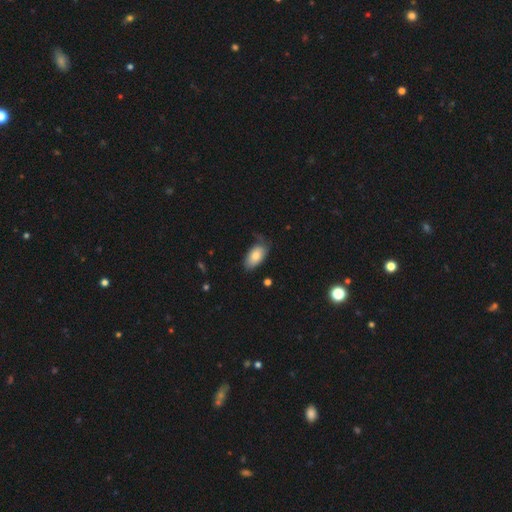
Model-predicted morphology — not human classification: A smooth galaxy with no disk features (79%) that is in between round and cigar-shaped (94%).

Vote fractions:
- Smooth or featured? smooth: 79% / featured or disk: 14% / star or artifact: 6%
- How rounded? in between: 94% / round: 3% / cigar-shaped: 3%
- Merging? none: 58% / minor disturbance: 30% / major disturbance: 9% / merger: 2%